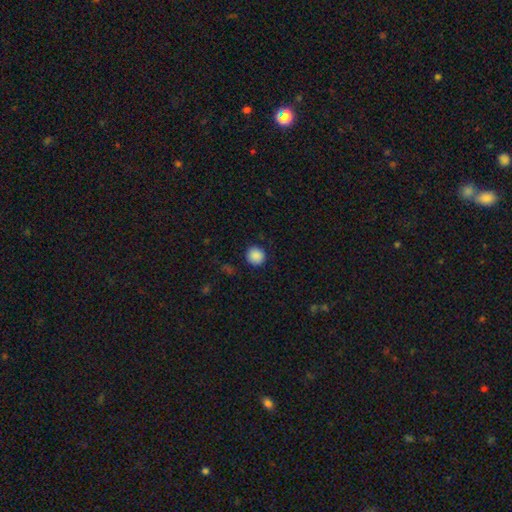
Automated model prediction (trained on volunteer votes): smooth 88%, star or artifact 9%, featured or disk 3%. Down the decision tree: how rounded — round (91%); merging — none (90%).